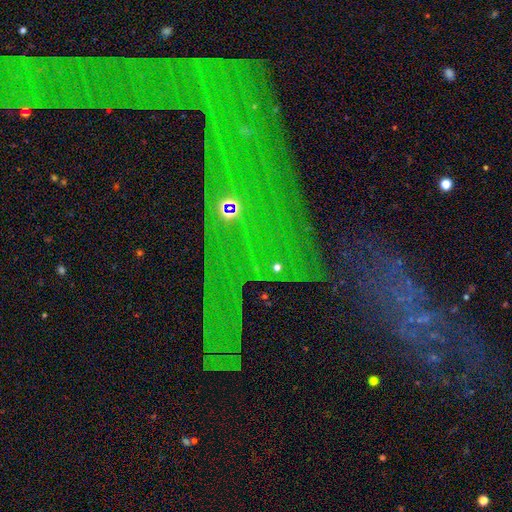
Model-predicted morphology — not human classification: The model was most divided on "smooth or featured": star or artifact: 68%, featured or disk: 19%, smooth: 13%.